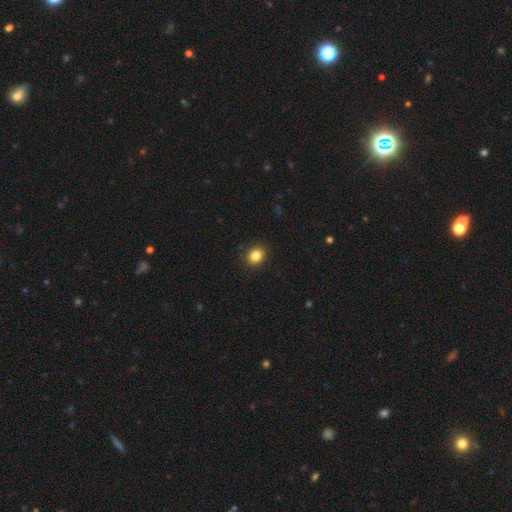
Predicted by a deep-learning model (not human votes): Smooth or featured?
  - smooth: 85% *
  - star or artifact: 10%
  - featured or disk: 5%
How rounded?
  - round: 63% *
  - in between: 36%
  - cigar-shaped: 1%
Merging?
  - none: 90% *
  - minor disturbance: 7%
  - major disturbance: 2%
  - merger: 1%